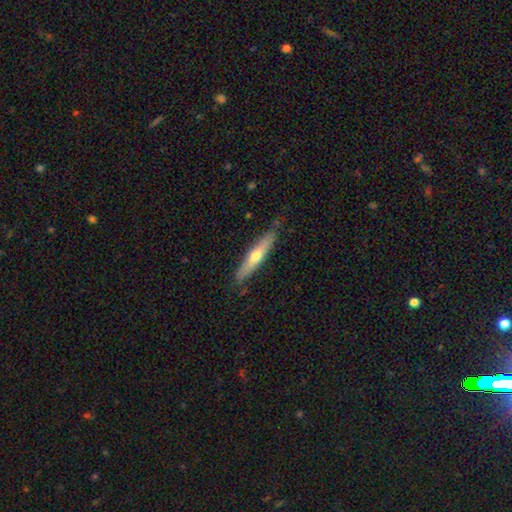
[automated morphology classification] smooth-or-featured: smooth: 48% | featured or disk: 47% | star or artifact: 5%
  merging: none: 82% | minor disturbance: 14% | major disturbance: 2% | merger: 2%